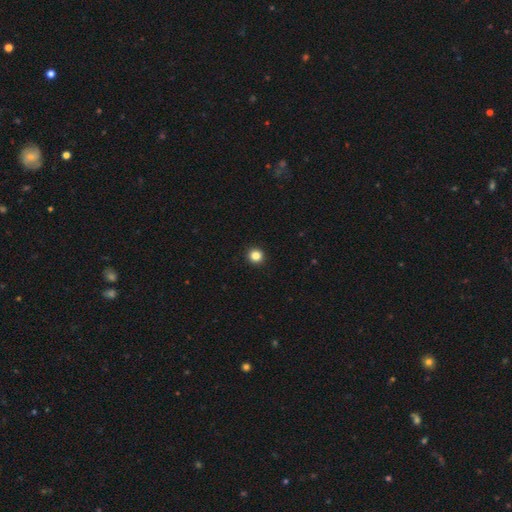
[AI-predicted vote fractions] smooth 84%, star or artifact 12%, featured or disk 4%. Down the decision tree: how rounded — round (94%); merging — none (94%).